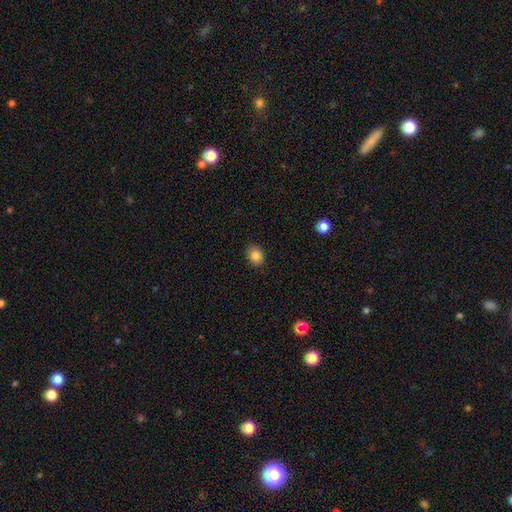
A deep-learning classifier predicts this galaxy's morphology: smooth_or_featured: smooth (p=0.85) [alt: star or artifact p=0.10]
how_rounded: in between (p=0.52) [alt: round p=0.47]
merging: none (p=0.88) [alt: minor disturbance p=0.09]